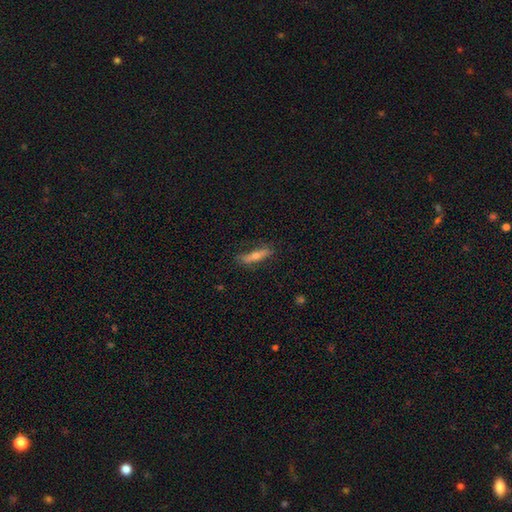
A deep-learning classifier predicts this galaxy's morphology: A smooth galaxy with no disk features (46%, tied with featured or disk). Merging: none (80%).